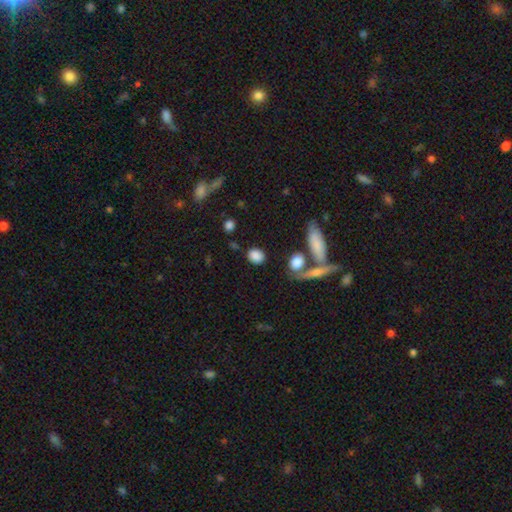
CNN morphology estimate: Smooth or featured: smooth — 85% (star or artifact — 9%)
How rounded: round — 49% (in between — 48%)
Merging: none — 77% (minor disturbance — 11%)